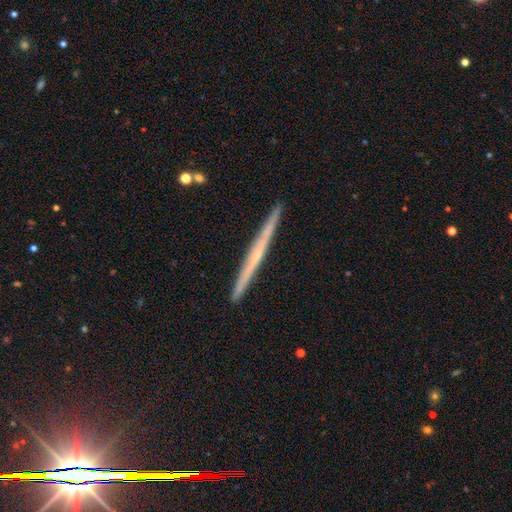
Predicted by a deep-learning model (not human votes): featured or disk 67%, smooth 26%, star or artifact 7%. Down the decision tree: edge-on disk — yes (98%); edge-on bulge — none (65%); merging — none (92%).